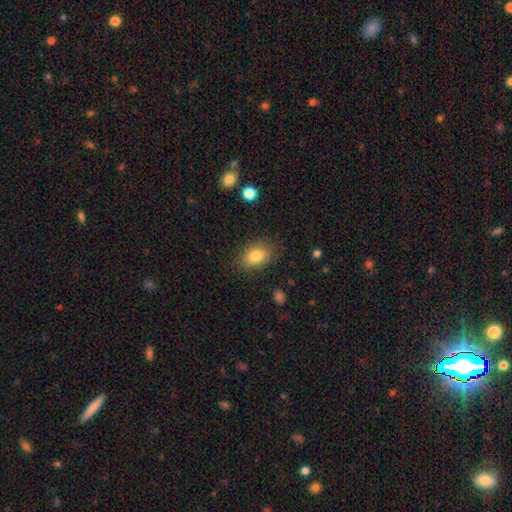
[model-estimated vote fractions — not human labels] This is clearly a smooth galaxy (81%). How rounded: likely in between (79%). Merging: clearly none (82%).